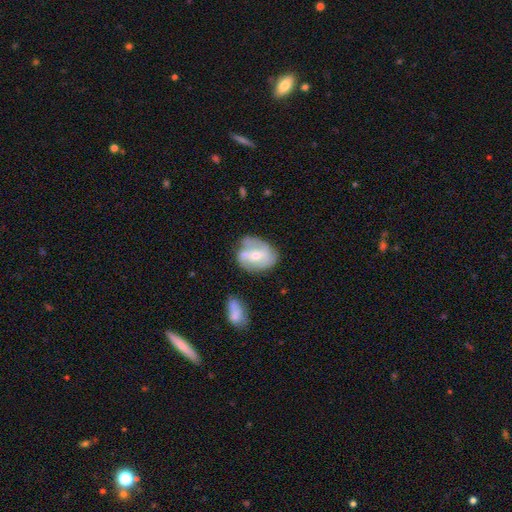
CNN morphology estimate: A featured or disk galaxy (61%) with a weak bar (37%), spiral arms (61%) and a small central bulge (50%). Merging: none (55%).